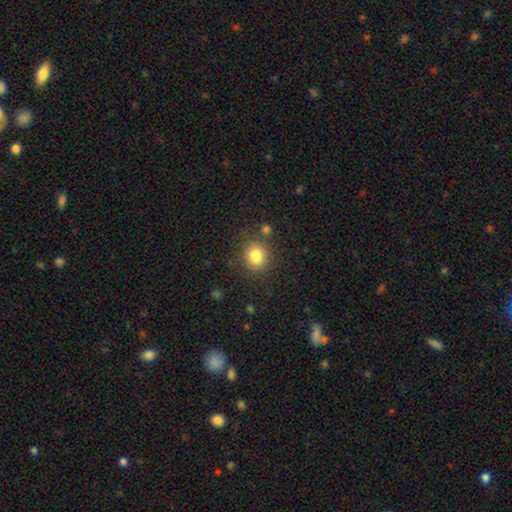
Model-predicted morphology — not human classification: This appears to be a smooth galaxy with no disk features (82%) that is round (85%). Merging: none (84%).